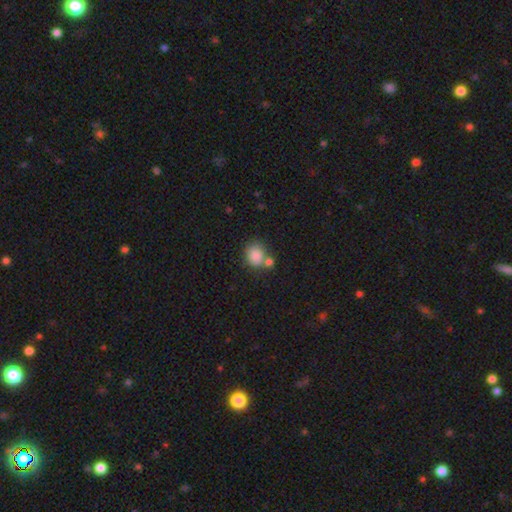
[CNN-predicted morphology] Smooth or featured? smooth (85%)
How rounded? round (65%)
Merging? none (59%)